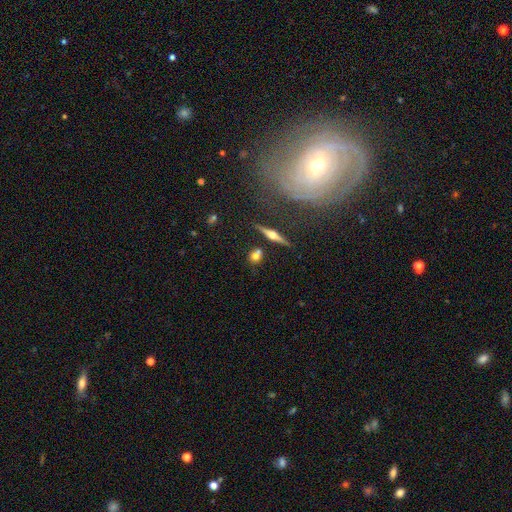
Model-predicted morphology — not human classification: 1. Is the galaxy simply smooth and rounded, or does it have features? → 49% smooth, 39% featured or disk, 12% star or artifact.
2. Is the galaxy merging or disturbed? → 71% none, 15% merger, 10% minor disturbance, 4% major disturbance.